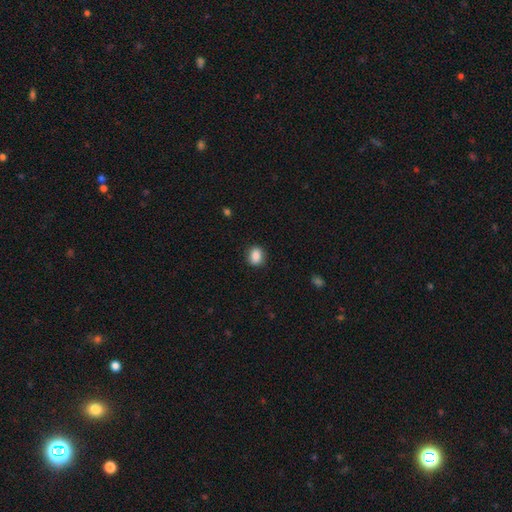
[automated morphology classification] smooth_or_featured: smooth (p=0.87) [alt: star or artifact p=0.08]
how_rounded: in between (p=0.53) [alt: round p=0.45]
merging: none (p=0.86) [alt: minor disturbance p=0.11]